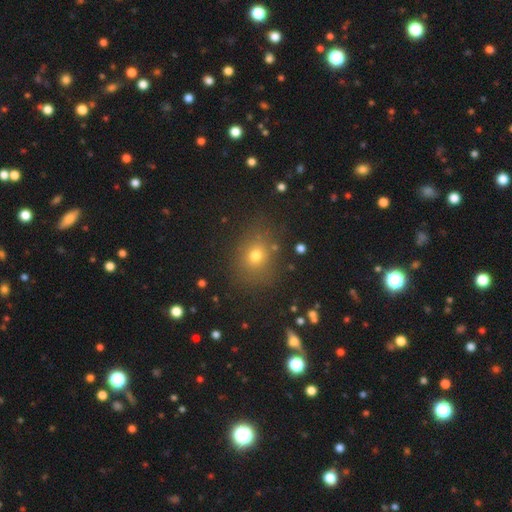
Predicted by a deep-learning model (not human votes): Overall: smooth (70%). How rounded: round (63%; in between 36%). Merging: none (82%).